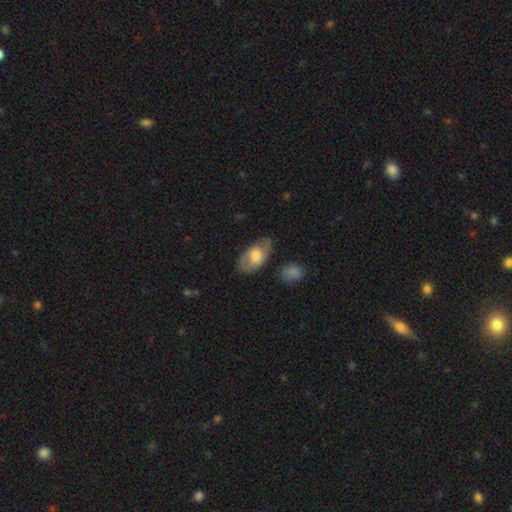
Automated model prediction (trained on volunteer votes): Morphology: type=smooth (55%); roundness=in between (92%); merging=none (75%).